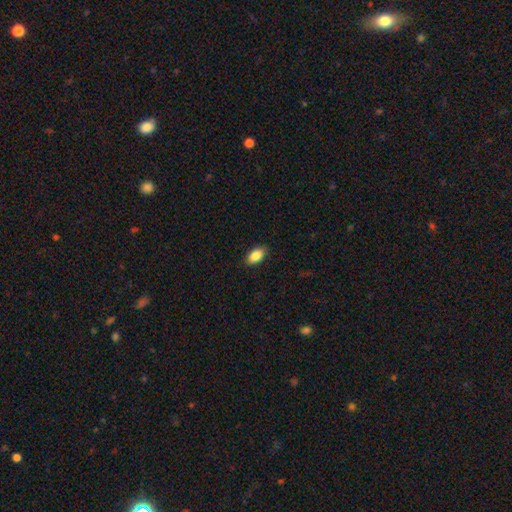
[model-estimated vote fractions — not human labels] Smooth or featured?
  - smooth: 86% *
  - featured or disk: 7%
  - star or artifact: 7%
How rounded?
  - in between: 91% *
  - round: 4%
  - cigar-shaped: 4%
Merging?
  - none: 88% *
  - minor disturbance: 9%
  - major disturbance: 2%
  - merger: 1%